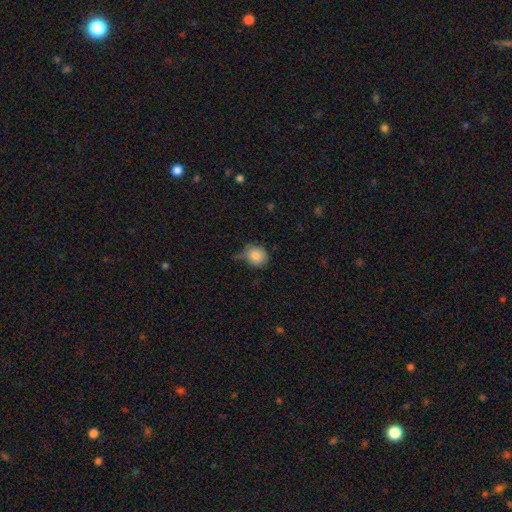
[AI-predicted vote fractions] A smooth galaxy with no disk features (83%) that is round (77%). Merging: none (51%).